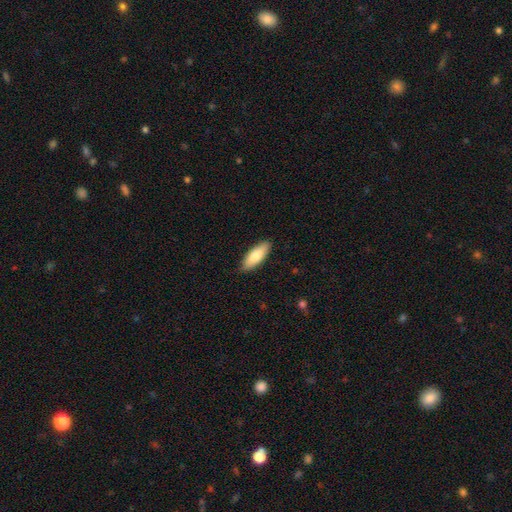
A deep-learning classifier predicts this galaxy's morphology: Smooth or featured: smooth — 82% (featured or disk — 13%)
How rounded: in between — 70% (cigar-shaped — 29%)
Merging: none — 87% (minor disturbance — 11%)